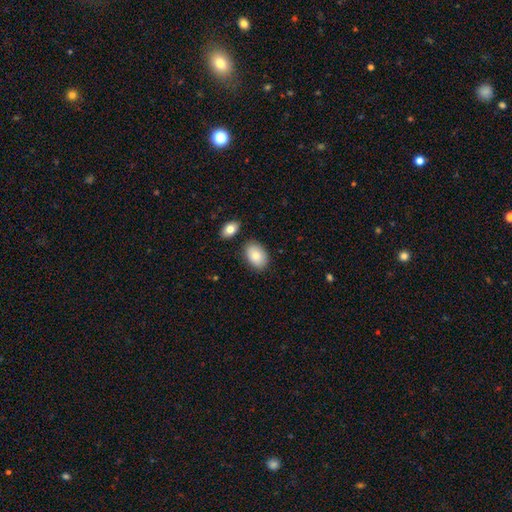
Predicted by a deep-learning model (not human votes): This appears to be a smooth galaxy with no disk features (84%) that is in between round and cigar-shaped (89%). Merging: none (81%).